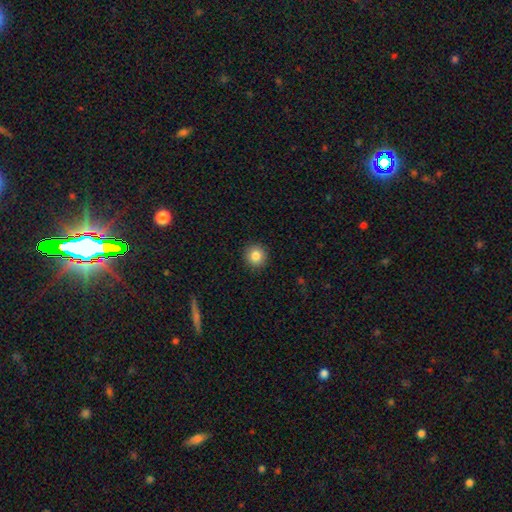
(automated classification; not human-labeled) Smooth or featured? smooth (85%)
How rounded? round (94%)
Merging? none (92%)